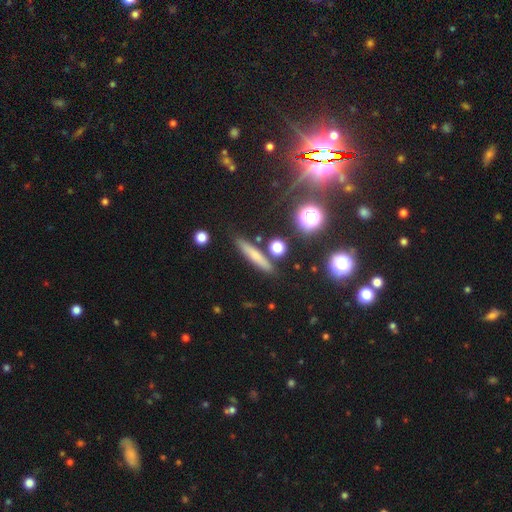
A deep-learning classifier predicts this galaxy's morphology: Overall: smooth (64%). How rounded: cigar-shaped (86%). Merging: none (85%).